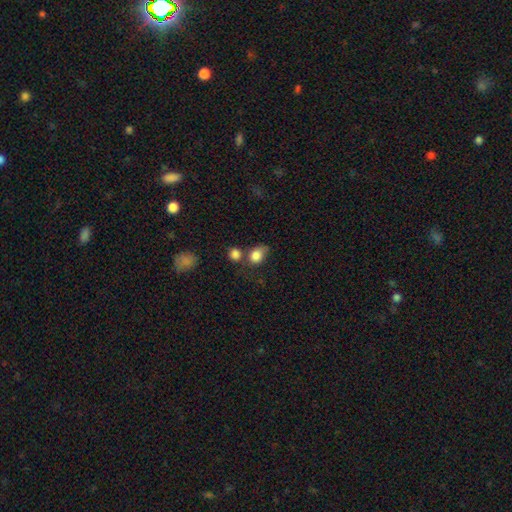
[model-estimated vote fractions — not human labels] A smooth galaxy with no disk features (84%) that is in between round and cigar-shaped (53%).

Vote fractions:
- Smooth or featured? smooth: 84% / star or artifact: 9% / featured or disk: 7%
- How rounded? in between: 53% / round: 45% / cigar-shaped: 1%
- Merging? none: 39% / merger: 30% / minor disturbance: 20% / major disturbance: 10%